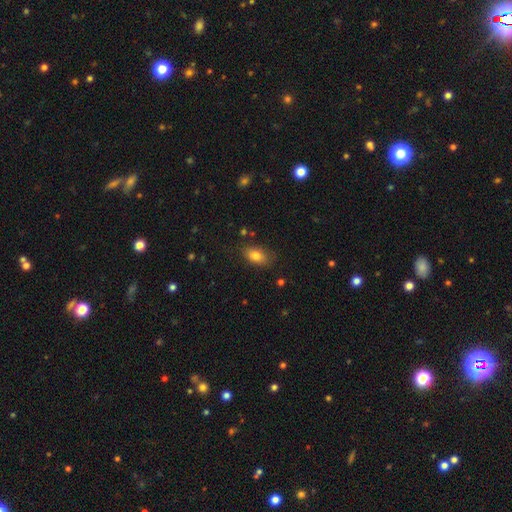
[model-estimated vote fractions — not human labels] A smooth galaxy with no disk features (81%) that is in between round and cigar-shaped (87%). Merging: none (78%).